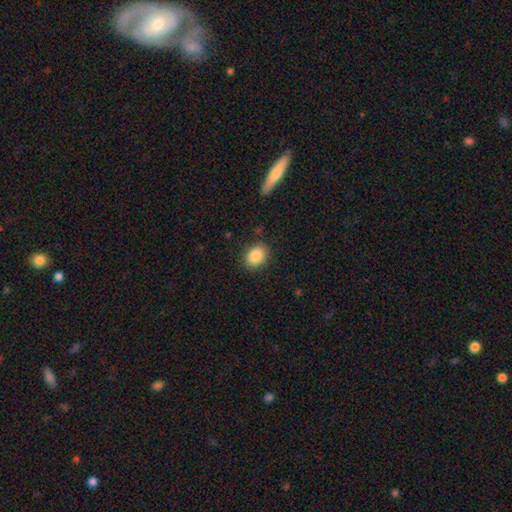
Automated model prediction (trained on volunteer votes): A smooth galaxy with no disk features (86%) that is in between round and cigar-shaped (56%). Merging: none (86%).